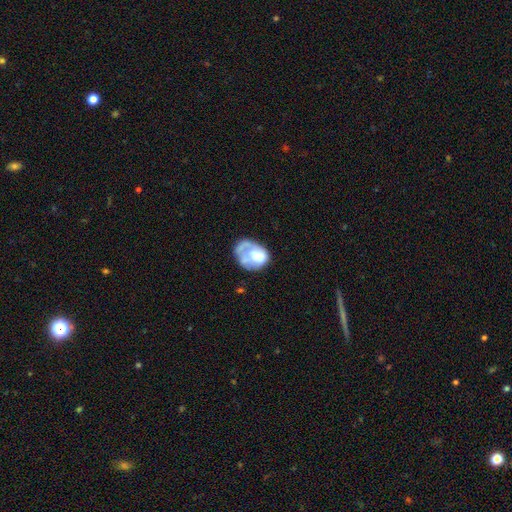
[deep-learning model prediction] This is possibly a smooth galaxy (53%). How rounded: likely in between (63%). Merging: marginally none (38%).